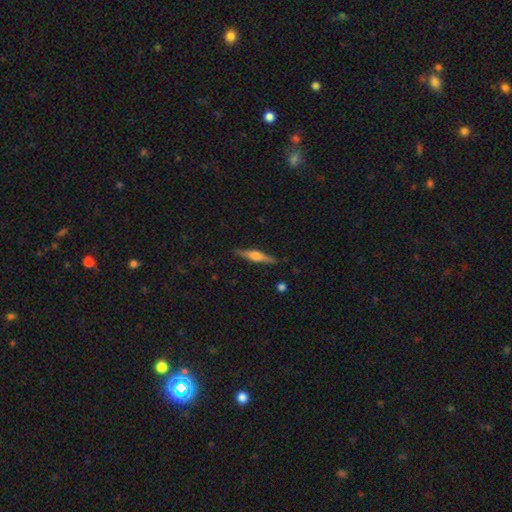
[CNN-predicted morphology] smooth-or-featured: featured or disk: 63% | smooth: 31% | star or artifact: 6%
  disk-edge-on: yes: 97% | no: 3%
    edge-on-bulge: rounded: 82% | boxy: 13% | none: 5%
  merging: none: 89% | minor disturbance: 8% | major disturbance: 2% | merger: 1%